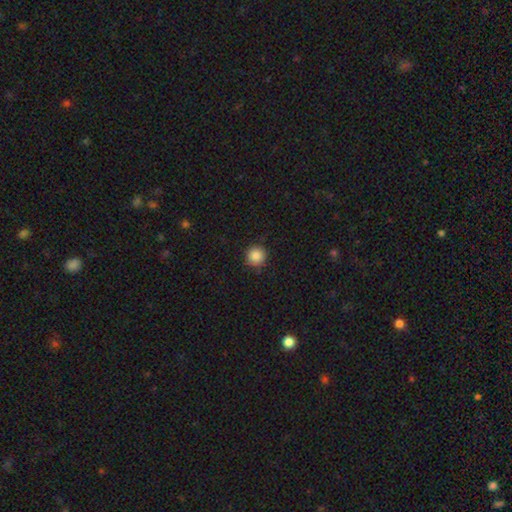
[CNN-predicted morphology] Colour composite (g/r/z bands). It shows a smooth galaxy with no disk features (86%) that is round (95%). Merging: none (87%).